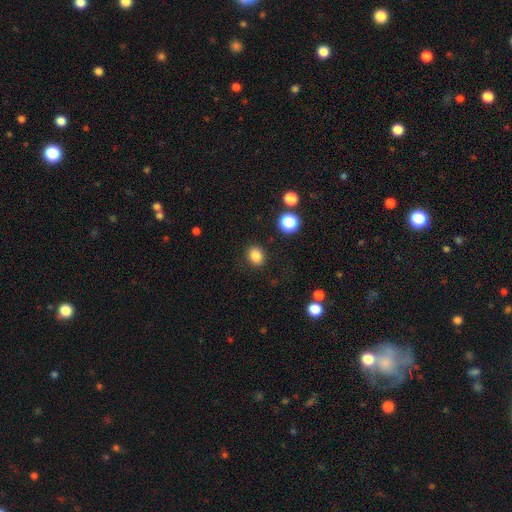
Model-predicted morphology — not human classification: This appears to be a smooth galaxy with no disk features (84%) that is round (55%). Merging: none (88%).